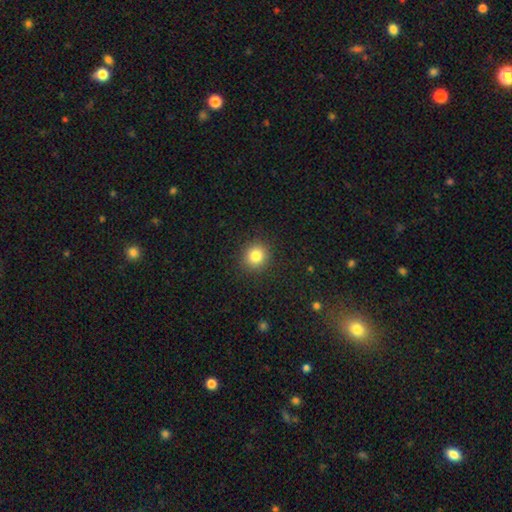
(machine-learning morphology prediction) The model was most divided on "smooth or featured": smooth: 83%, star or artifact: 11%, featured or disk: 6%. More confident: merging — none (90%); how rounded — round (89%).